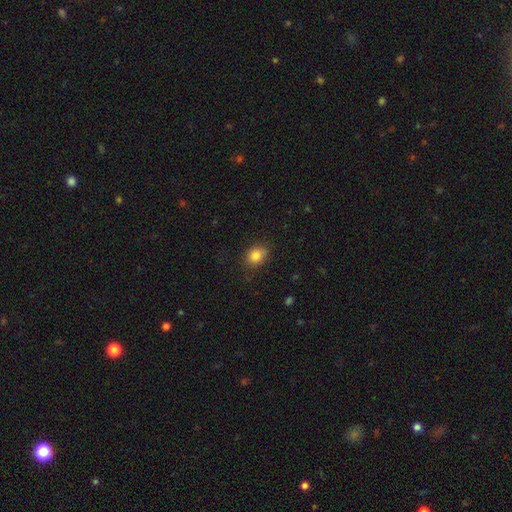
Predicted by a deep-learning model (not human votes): smooth_or_featured: smooth (p=0.84) [alt: star or artifact p=0.10]
how_rounded: in between (p=0.55) [alt: round p=0.44]
merging: none (p=0.79) [alt: minor disturbance p=0.16]